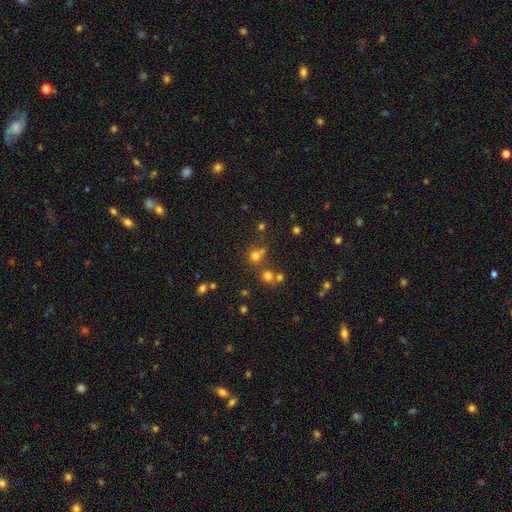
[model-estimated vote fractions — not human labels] This is likely a smooth galaxy (67%). How rounded: clearly round (87%). Merging: likely none (61%).